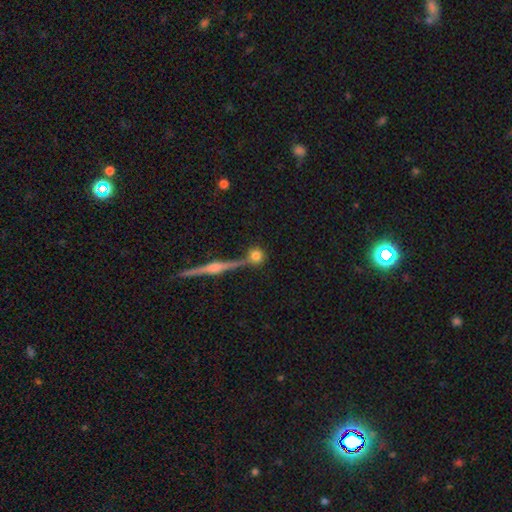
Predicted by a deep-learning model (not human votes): smooth 72%, featured or disk 16%, star or artifact 12%. Down the decision tree: how rounded — round (91%); merging — none (68%).